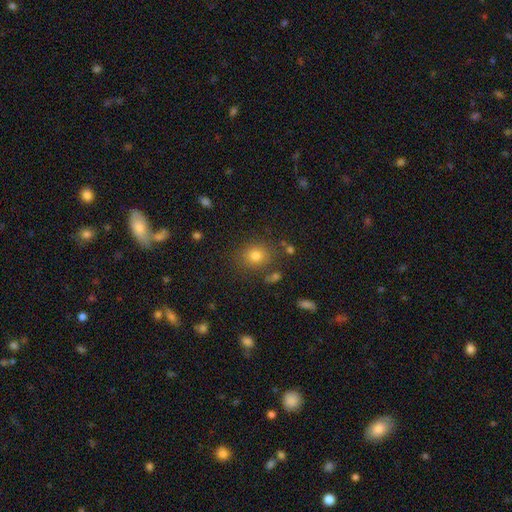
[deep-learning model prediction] This appears to be a smooth galaxy with no disk features (77%) that is round (75%). Merging: none (82%).